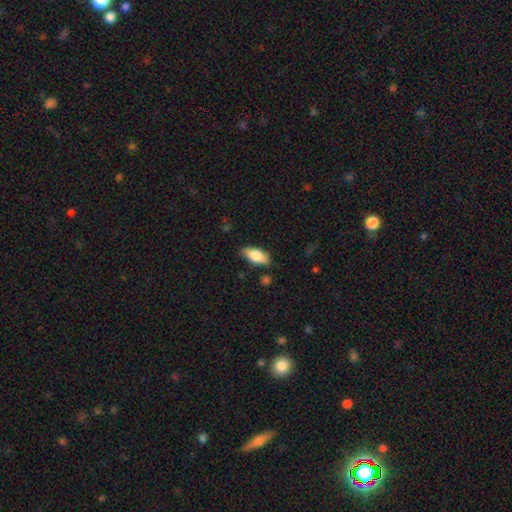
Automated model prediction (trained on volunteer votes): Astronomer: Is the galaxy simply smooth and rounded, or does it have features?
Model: smooth — 76%.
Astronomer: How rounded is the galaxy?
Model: in between — 84%.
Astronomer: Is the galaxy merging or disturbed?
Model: none — 77%.